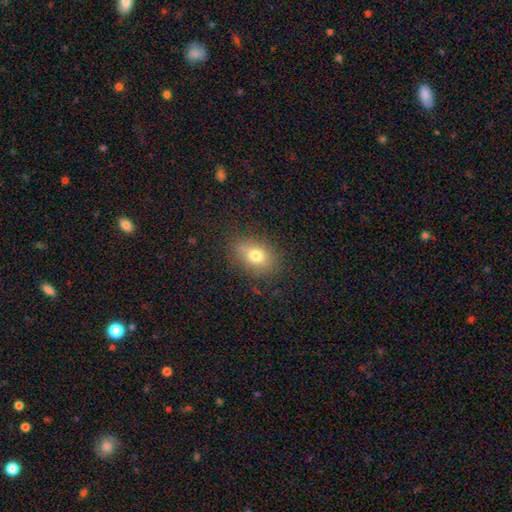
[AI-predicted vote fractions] Morphology: type=smooth (74%); roundness=in between (70%); merging=none (79%).